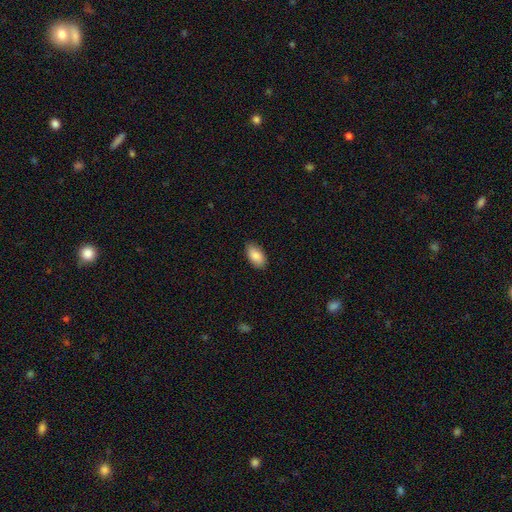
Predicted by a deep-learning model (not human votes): smooth 87%, featured or disk 6%, star or artifact 6%. Down the decision tree: how rounded — in between (94%); merging — none (87%).